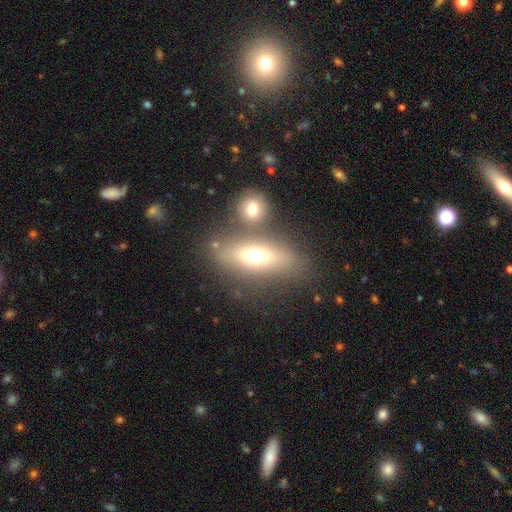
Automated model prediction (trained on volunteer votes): A smooth galaxy with no disk features (59%) that is in between round and cigar-shaped (65%). Merging: none (60%).